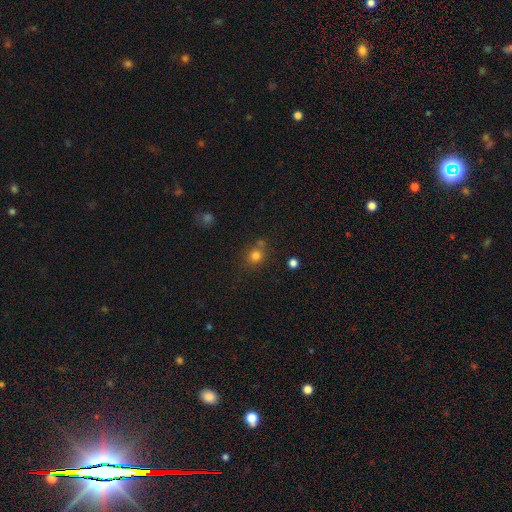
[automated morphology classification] smooth 79%, star or artifact 14%, featured or disk 7%. Down the decision tree: how rounded — round (84%); merging — none (66%).